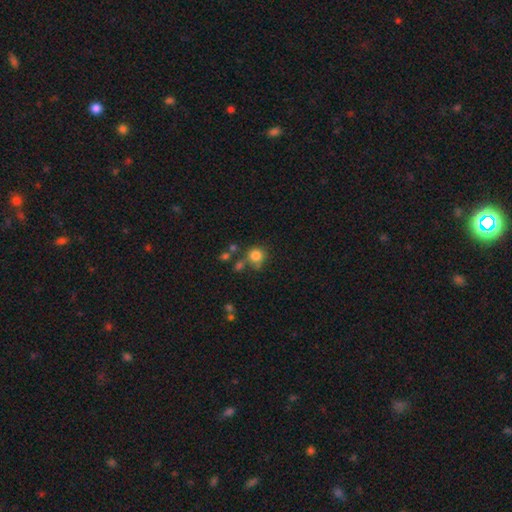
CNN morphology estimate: smooth 81%, star or artifact 12%, featured or disk 7%. Down the decision tree: how rounded — round (89%); merging — none (66%).